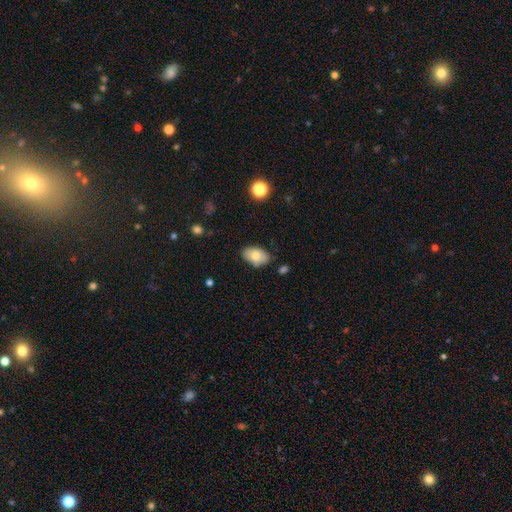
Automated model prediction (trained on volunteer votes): Smooth or featured? smooth (75%)
How rounded? in between (91%)
Merging? none (79%)